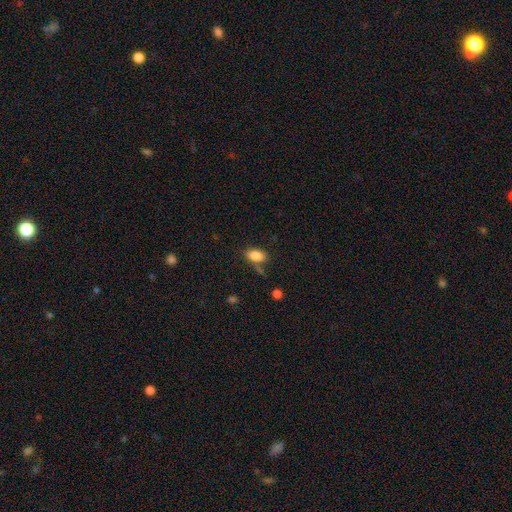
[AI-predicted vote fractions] Smooth or featured? smooth (84%)
How rounded? in between (90%)
Merging? none (66%)